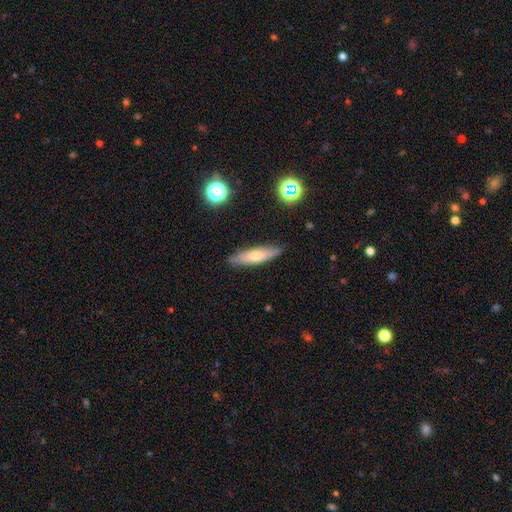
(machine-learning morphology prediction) Smooth or featured: smooth — 54% (featured or disk — 38%)
How rounded: cigar-shaped — 72% (in between — 26%)
Merging: none — 86% (minor disturbance — 10%)